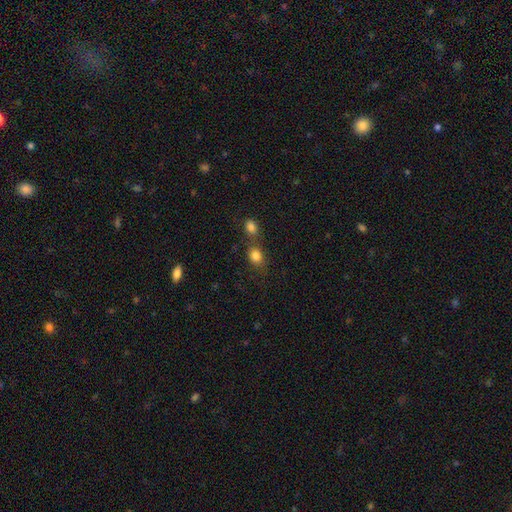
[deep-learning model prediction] This is clearly a smooth galaxy (83%). How rounded: possibly round (54%). Merging: possibly none (53%).